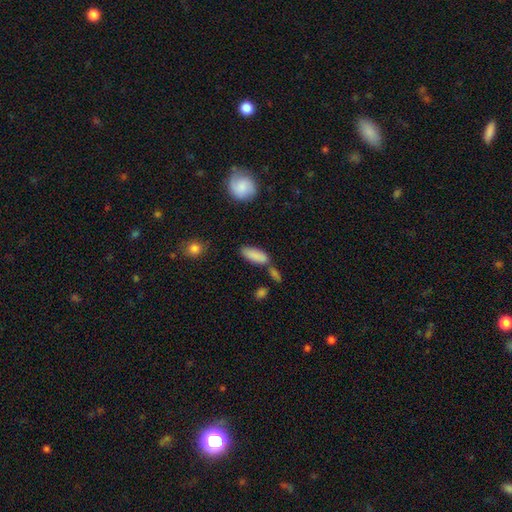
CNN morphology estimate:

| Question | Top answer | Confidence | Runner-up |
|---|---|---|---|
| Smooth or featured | smooth | 86% | featured or disk (7%) |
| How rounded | in between | 72% | cigar-shaped (26%) |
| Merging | none | 63% | merger (18%) |